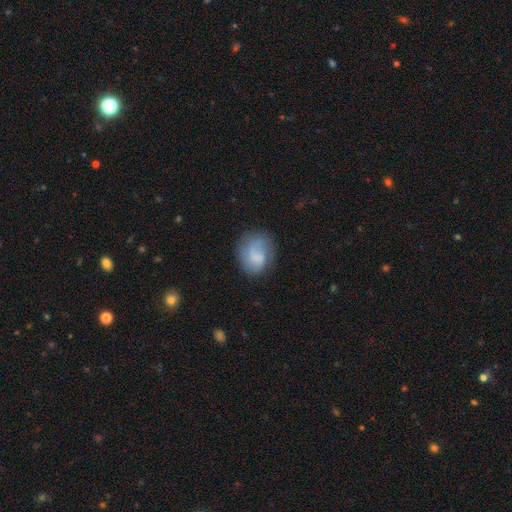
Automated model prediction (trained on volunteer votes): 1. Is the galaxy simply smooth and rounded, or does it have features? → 60% smooth, 32% featured or disk, 8% star or artifact.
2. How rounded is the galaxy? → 56% round, 43% in between, 1% cigar-shaped.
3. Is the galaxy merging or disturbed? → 59% none, 25% minor disturbance, 14% major disturbance, 3% merger.